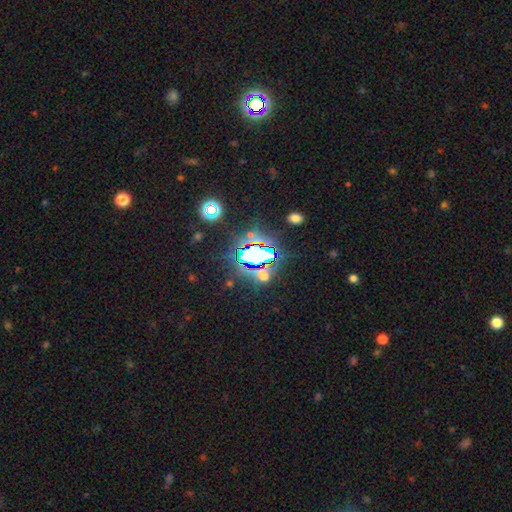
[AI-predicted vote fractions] Q: Smooth or featured?
A: star or artifact (70%); runner-up: smooth (19%)